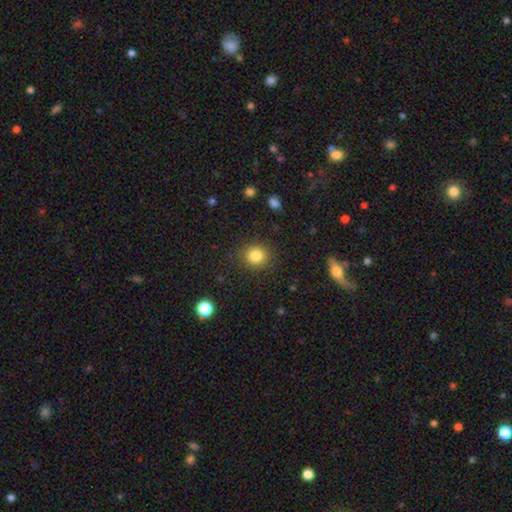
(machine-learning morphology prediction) Overall: smooth (83%). How rounded: round (82%). Merging: none (87%).